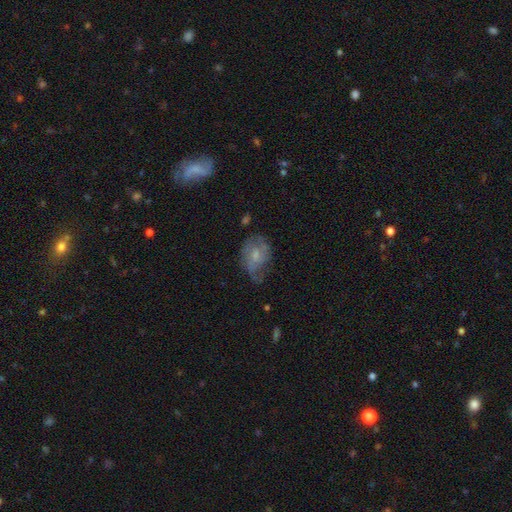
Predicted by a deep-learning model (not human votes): Overall: featured or disk (54%; smooth 38%). Edge-on disk: no (96%). Bar: no (65%; weak 30%). Spiral arms: yes (67%; no 33%). Bulge size: small (45%; moderate 36%). Merging: none (42%; minor disturbance 31%).